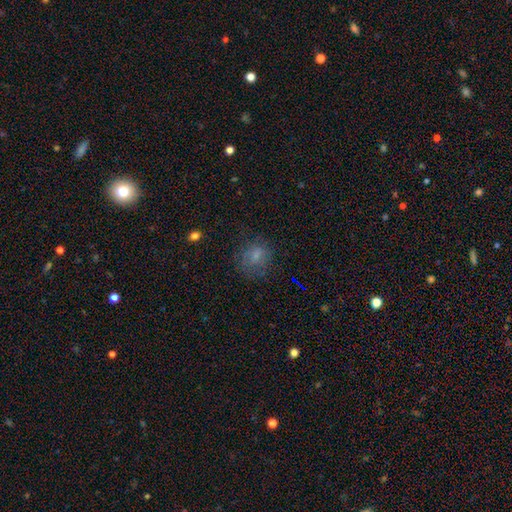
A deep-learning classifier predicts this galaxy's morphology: smooth-or-featured: smooth: 66% | featured or disk: 19% | star or artifact: 14%
  how-rounded: round: 64% | in between: 35% | cigar-shaped: 2%
  merging: none: 66% | minor disturbance: 20% | major disturbance: 13% | merger: 1%